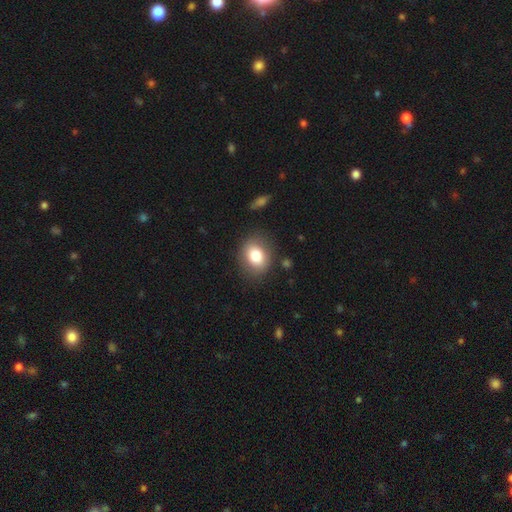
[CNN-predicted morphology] smooth-or-featured: smooth: 79% | featured or disk: 12% | star or artifact: 9%
  how-rounded: round: 50% | in between: 49% | cigar-shaped: 1%
  merging: none: 83% | minor disturbance: 11% | major disturbance: 4% | merger: 2%